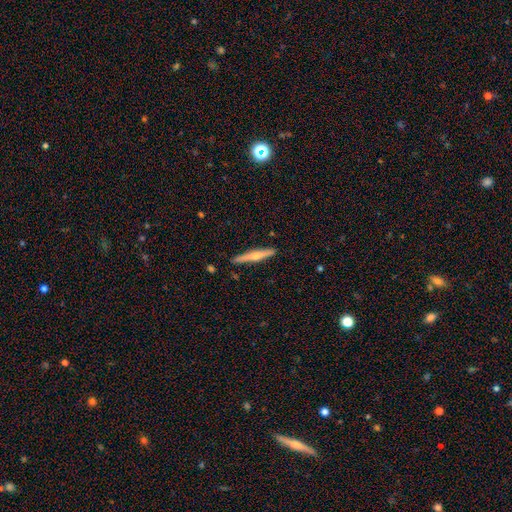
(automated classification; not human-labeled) Morphology: type=featured or disk (64%); edge-on=yes (97%); edge-on bulge=rounded (88%); merging=none (90%).